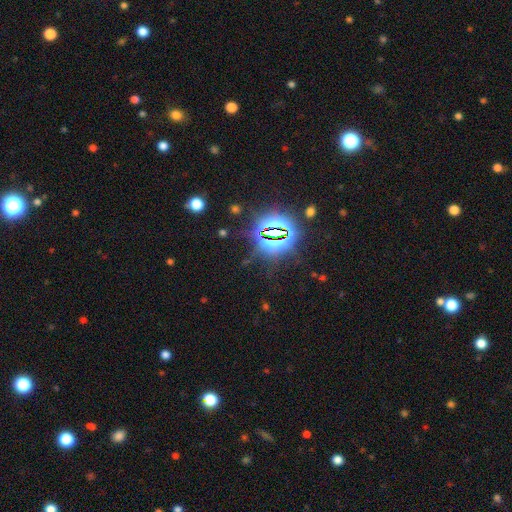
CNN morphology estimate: Smooth or featured: star or artifact — 83% (smooth — 10%)